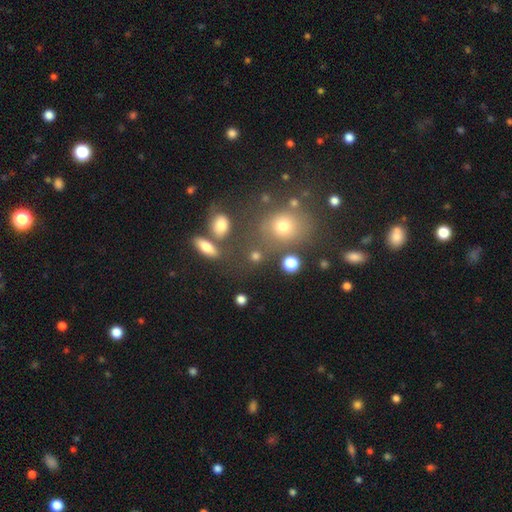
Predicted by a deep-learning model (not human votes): Smooth or featured? Predicted: smooth (p=0.60). How rounded? Predicted: round (p=0.60). Merging? Predicted: none (p=0.65).